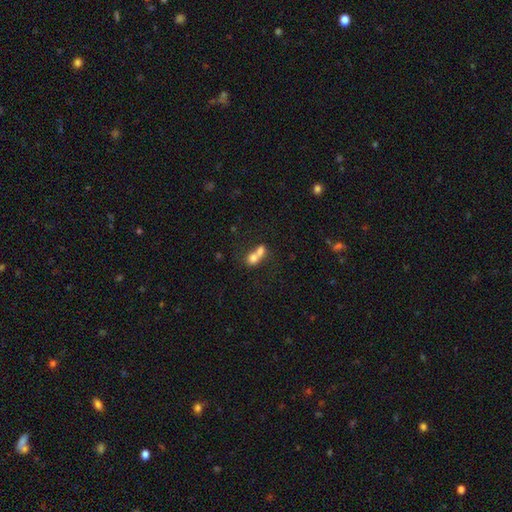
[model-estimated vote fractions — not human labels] Smooth or featured?
  - smooth: 69% *
  - featured or disk: 20%
  - star or artifact: 11%
How rounded?
  - in between: 50% *
  - round: 47%
  - cigar-shaped: 3%
Merging?
  - merger: 73% *
  - none: 17%
  - minor disturbance: 5%
  - major disturbance: 4%